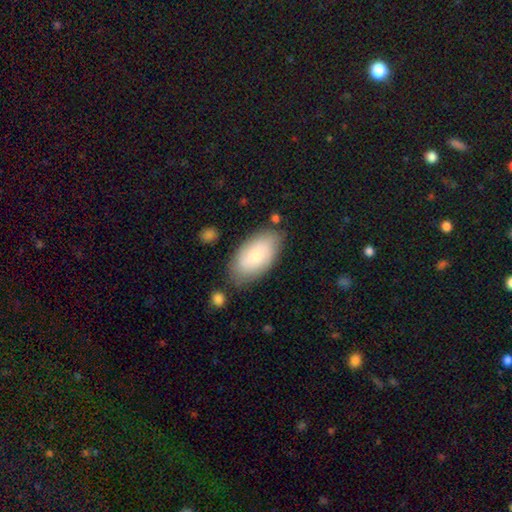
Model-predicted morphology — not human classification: This is likely a smooth galaxy (71%). How rounded: clearly in between (94%). Merging: likely none (74%).